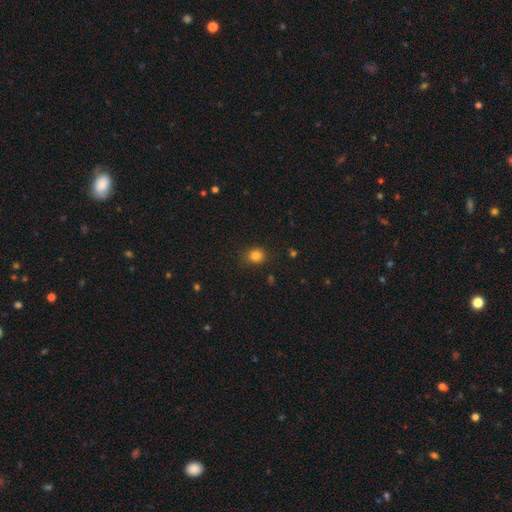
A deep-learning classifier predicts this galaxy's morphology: Smooth or featured? Predicted: smooth (p=0.82). How rounded? Predicted: round (p=0.78). Merging? Predicted: none (p=0.85).